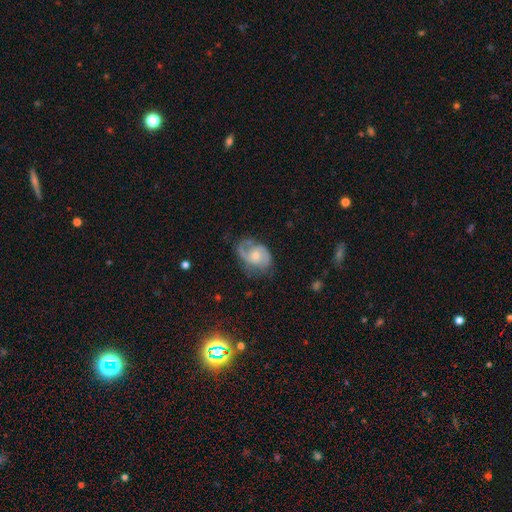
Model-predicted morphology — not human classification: Smooth or featured?
  - featured or disk: 78% *
  - smooth: 16%
  - star or artifact: 6%
Edge-on disk?
  - no: 97% *
  - yes: 3%
Bar?
  - no: 66% *
  - weak: 29%
  - strong: 5%
Spiral arms?
  - yes: 93% *
  - no: 7%
Spiral winding?
  - medium: 49% *
  - loose: 27%
  - tight: 24%
Spiral arm count?
  - 2: 76% *
  - 1: 12%
  - can't tell: 7%
  - 3: 2%
  - 4: 1%
  - more than 4: 1%
Bulge size?
  - small: 49% *
  - moderate: 44%
  - none: 3%
  - large: 3%
  - dominant: 1%
Merging?
  - none: 59% *
  - minor disturbance: 24%
  - major disturbance: 15%
  - merger: 2%